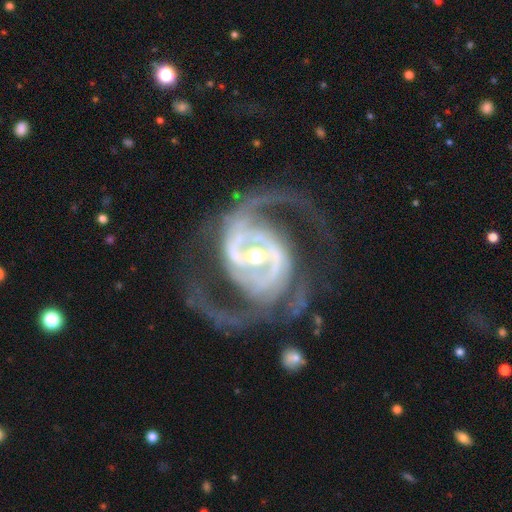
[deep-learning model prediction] This is clearly a featured or disk galaxy (93%). It is clearly not viewed edge-on (98%). Bar: marginally weak (36%). Spiral arm pattern: clearly yes (97%). Spiral arm count: likely 2 (74%). Spiral winding: possibly medium (54%). Central bulge: possibly moderate (56%). Merging: likely none (64%).